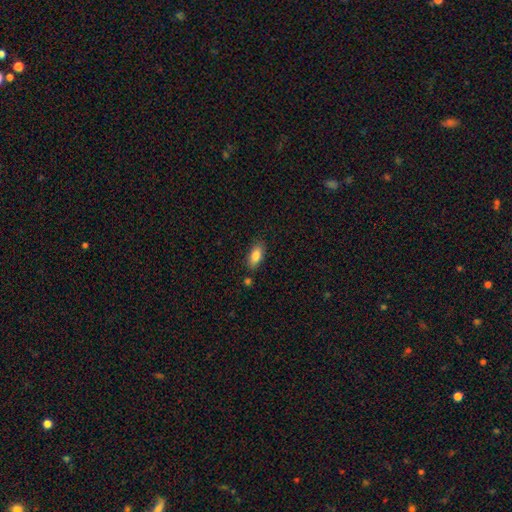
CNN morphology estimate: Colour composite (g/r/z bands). It shows a smooth galaxy with no disk features (84%) that is in between round and cigar-shaped (86%). Merging: none (80%).